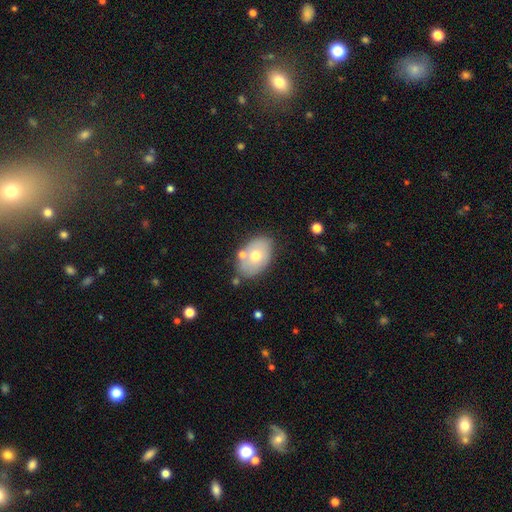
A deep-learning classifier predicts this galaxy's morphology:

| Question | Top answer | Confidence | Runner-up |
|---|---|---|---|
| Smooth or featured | smooth | 62% | featured or disk (30%) |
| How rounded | in between | 85% | round (14%) |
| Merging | none | 72% | minor disturbance (16%) |